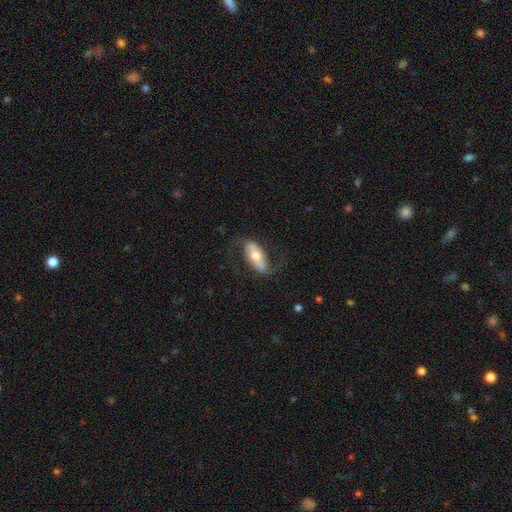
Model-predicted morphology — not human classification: A featured or disk galaxy (62%) with a strong bar (44%), spiral arms (80%) and a moderate central bulge (64%).

Vote fractions:
- Smooth or featured? featured or disk: 62% / smooth: 32% / star or artifact: 6%
- Edge-on disk? no: 86% / yes: 14%
- Bar? strong: 44% / no: 30% / weak: 26%
- Spiral arms? yes: 80% / no: 20%
- Bulge size? moderate: 64% / small: 23% / large: 10% / dominant: 2% / none: 1%
- Merging? none: 70% / minor disturbance: 16% / major disturbance: 12% / merger: 1%